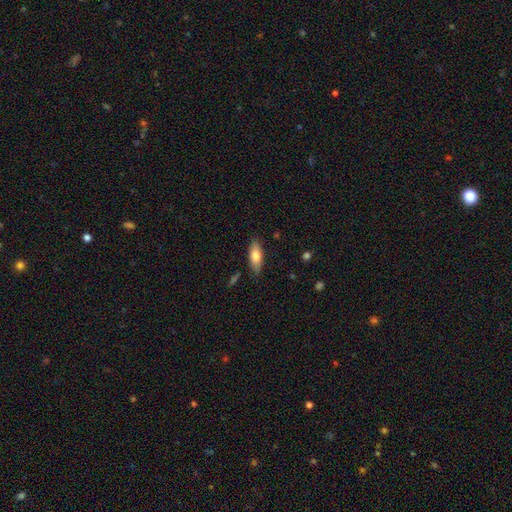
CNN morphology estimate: Q: Smooth or featured?
A: smooth (75%); runner-up: featured or disk (19%)
Q: How rounded?
A: in between (73%); runner-up: cigar-shaped (25%)
Q: Merging?
A: none (84%); runner-up: minor disturbance (12%)